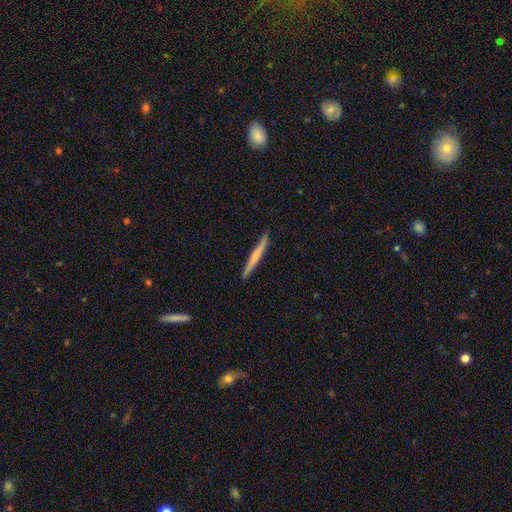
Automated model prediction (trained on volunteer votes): This appears to be a smooth galaxy with no disk features (55%) that is cigar-shaped (96%). Merging: none (90%).